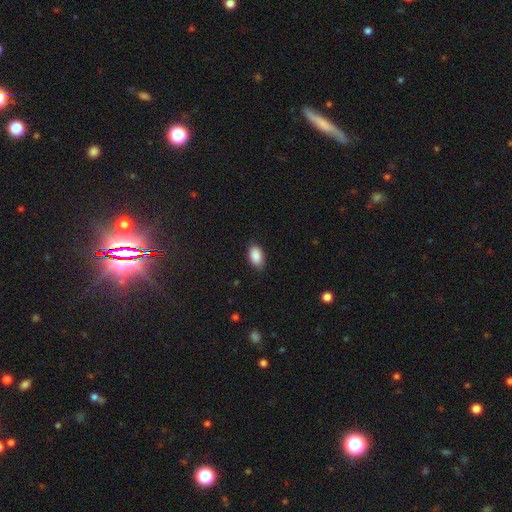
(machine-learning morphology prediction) type=smooth (90%); roundness=in between (93%); merging=none (84%).